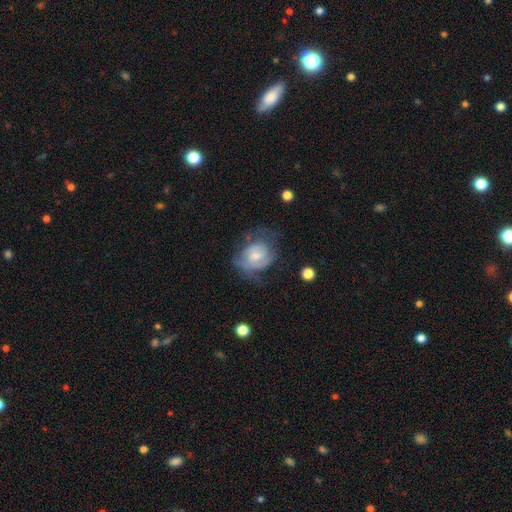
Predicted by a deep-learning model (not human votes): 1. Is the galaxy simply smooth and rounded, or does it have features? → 60% featured or disk, 33% smooth, 7% star or artifact.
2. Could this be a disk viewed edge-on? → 97% no, 3% yes.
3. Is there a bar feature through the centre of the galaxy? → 53% no, 40% weak, 7% strong.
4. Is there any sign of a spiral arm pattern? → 72% yes, 28% no.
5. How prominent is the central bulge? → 44% moderate, 40% small, 8% none, 6% large, 1% dominant.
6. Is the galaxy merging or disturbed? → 42% none, 29% minor disturbance, 27% major disturbance, 3% merger.